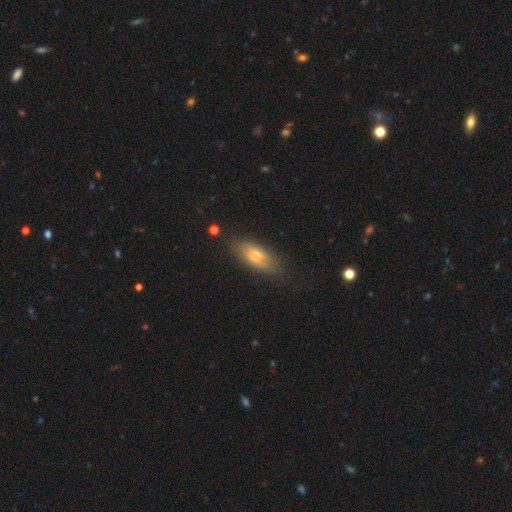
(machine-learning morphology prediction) type=smooth (66%); roundness=in between (69%); merging=none (74%).